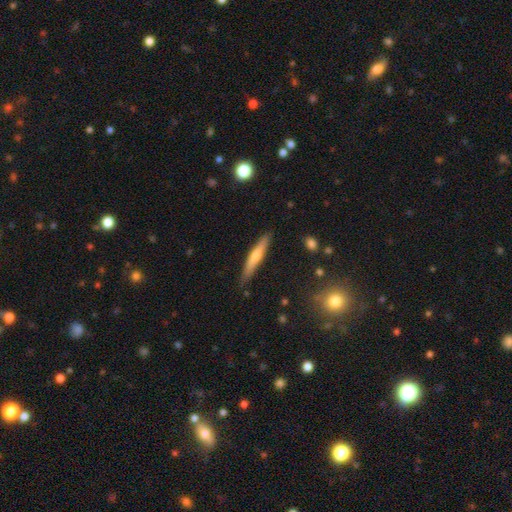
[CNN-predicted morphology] smooth-or-featured: smooth: 50% | featured or disk: 44% | star or artifact: 6%
  how-rounded: cigar-shaped: 92% | in between: 6% | round: 2%
  merging: none: 86% | minor disturbance: 11% | major disturbance: 2% | merger: 2%